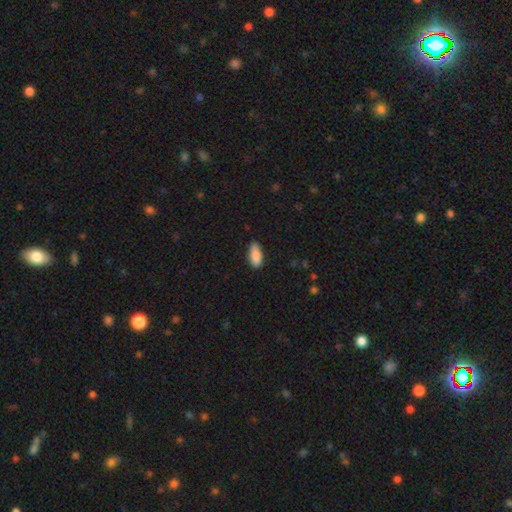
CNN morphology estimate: This is clearly a smooth galaxy (89%). How rounded: clearly in between (88%). Merging: likely none (79%).